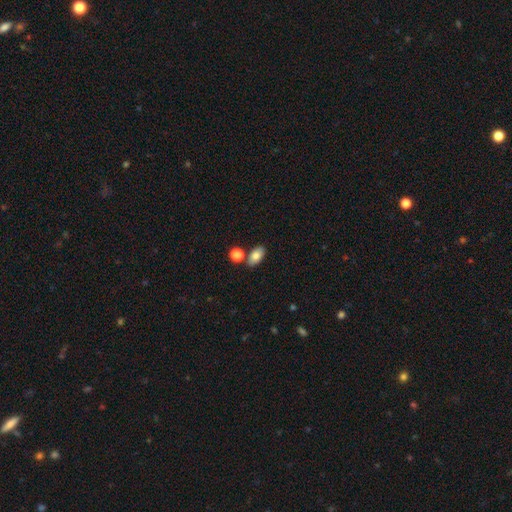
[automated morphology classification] Smooth or featured?
  - smooth: 80% *
  - featured or disk: 11%
  - star or artifact: 9%
How rounded?
  - in between: 90% *
  - round: 8%
  - cigar-shaped: 2%
Merging?
  - none: 72% *
  - merger: 15%
  - minor disturbance: 11%
  - major disturbance: 3%